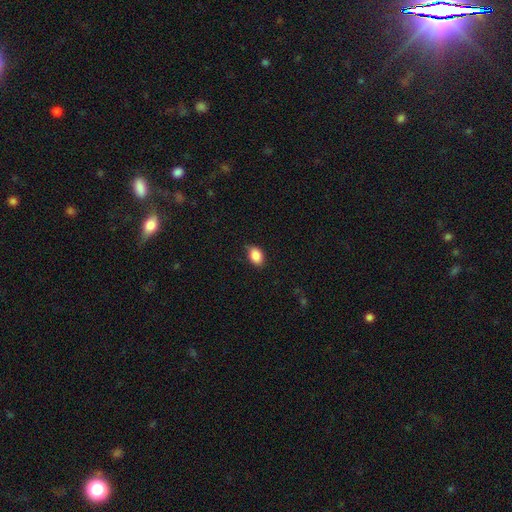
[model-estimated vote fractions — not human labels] Overall: smooth (88%). How rounded: in between (78%). Merging: none (79%).